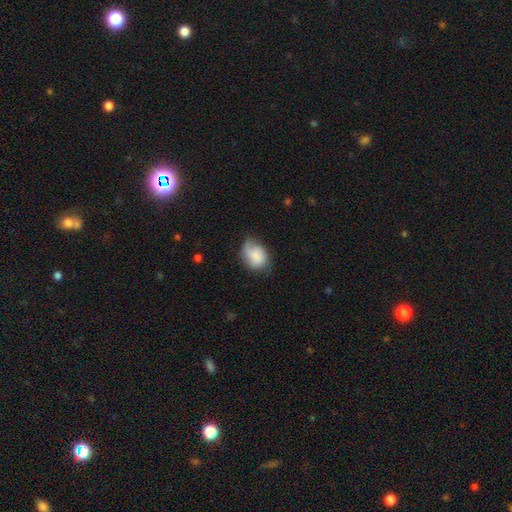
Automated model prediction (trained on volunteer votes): Smooth or featured: smooth — 71% (featured or disk — 21%)
How rounded: in between — 68% (round — 31%)
Merging: none — 46% (minor disturbance — 37%)